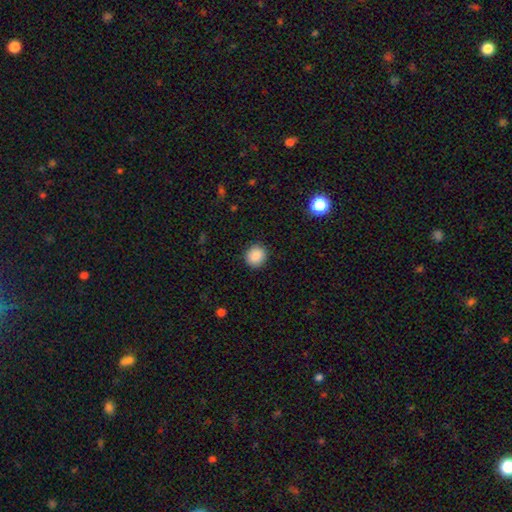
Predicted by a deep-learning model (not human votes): A smooth galaxy with no disk features (88%) that is round (85%).

Vote fractions:
- Smooth or featured? smooth: 88% / star or artifact: 9% / featured or disk: 3%
- How rounded? round: 85% / in between: 14% / cigar-shaped: 1%
- Merging? none: 90% / minor disturbance: 7% / major disturbance: 2% / merger: 1%